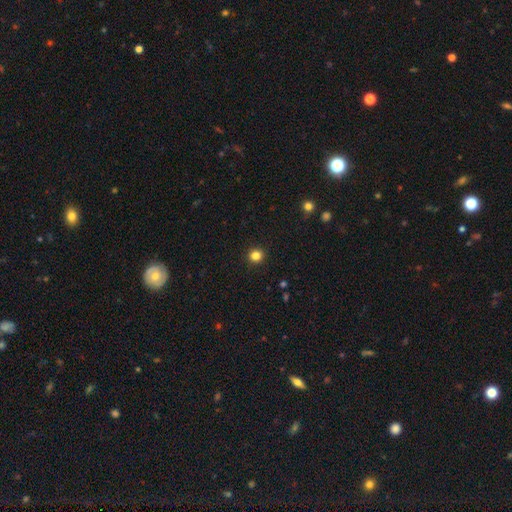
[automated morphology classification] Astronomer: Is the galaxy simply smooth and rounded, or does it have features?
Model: smooth — 83%.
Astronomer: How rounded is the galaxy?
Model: round — 92%.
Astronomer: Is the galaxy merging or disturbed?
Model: none — 93%.